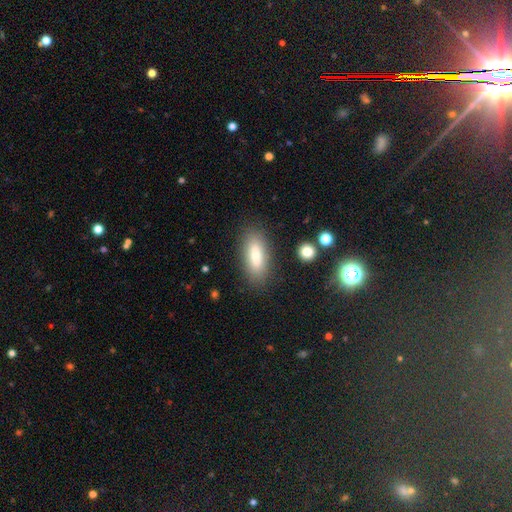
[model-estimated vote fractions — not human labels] Smooth or featured? Predicted: smooth (p=0.80). How rounded? Predicted: in between (p=0.74). Merging? Predicted: none (p=0.84).